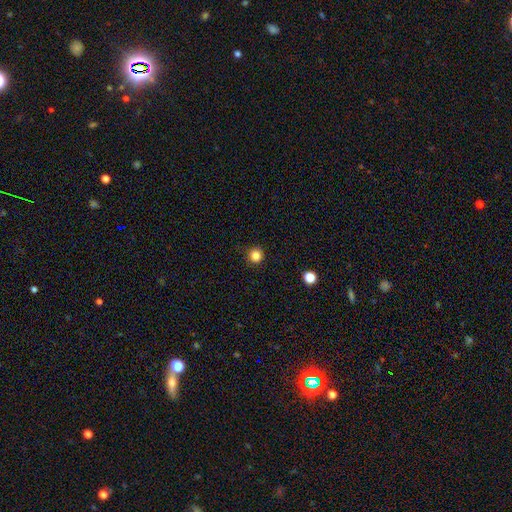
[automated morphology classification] This appears to be a smooth galaxy with no disk features (84%) that is round (95%). Merging: none (91%).